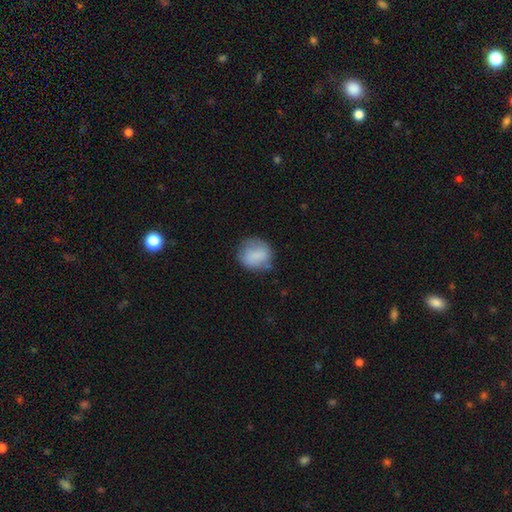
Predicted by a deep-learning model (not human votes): smooth_or_featured: smooth (p=0.78) [alt: featured or disk p=0.14]
how_rounded: round (p=0.74) [alt: in between p=0.25]
merging: none (p=0.64) [alt: minor disturbance p=0.25]